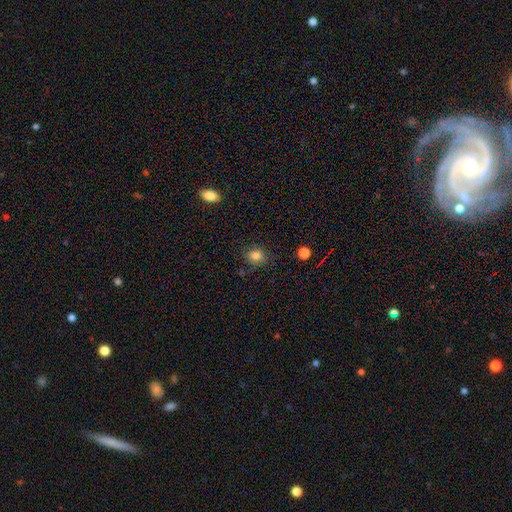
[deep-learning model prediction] This is clearly a smooth galaxy (82%). How rounded: possibly round (58%). Merging: likely none (77%).